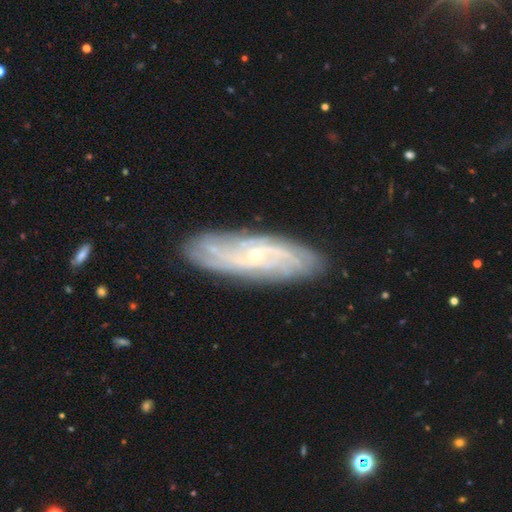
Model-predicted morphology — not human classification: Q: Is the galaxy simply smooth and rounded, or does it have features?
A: featured or disk — 80%.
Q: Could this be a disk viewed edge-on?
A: no — 81%.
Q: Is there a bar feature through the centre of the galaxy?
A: no — 53%.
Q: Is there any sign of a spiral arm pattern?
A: yes — 93%.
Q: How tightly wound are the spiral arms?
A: tight — 47%.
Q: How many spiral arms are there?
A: can't tell — 41%.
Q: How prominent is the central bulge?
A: small — 79%.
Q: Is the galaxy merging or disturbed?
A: none — 83%.